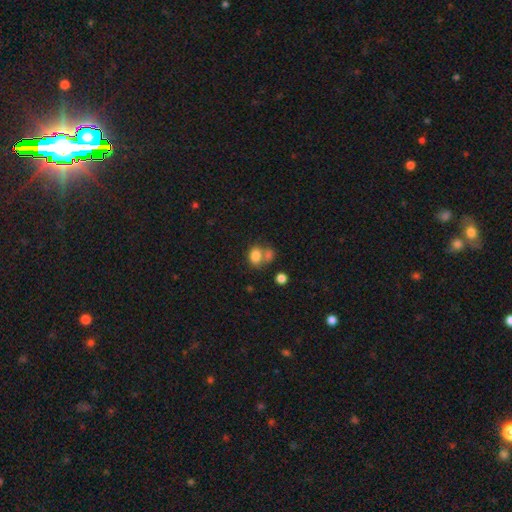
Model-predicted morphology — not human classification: The model was most divided on "merging": merger: 46%, none: 36%, minor disturbance: 11%, major disturbance: 6%. More confident: smooth or featured — smooth (80%); how rounded — in between (67%).